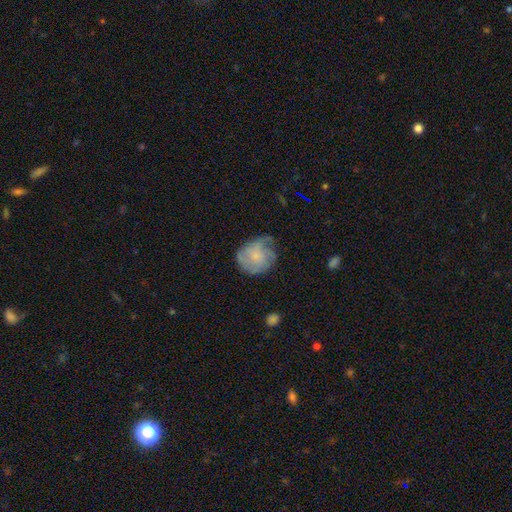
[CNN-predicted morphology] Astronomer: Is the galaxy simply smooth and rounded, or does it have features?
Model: smooth — 51% (runner-up: featured or disk, 40%).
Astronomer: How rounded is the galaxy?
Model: round — 76%.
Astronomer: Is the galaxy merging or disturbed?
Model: none — 52% (runner-up: minor disturbance, 31%).